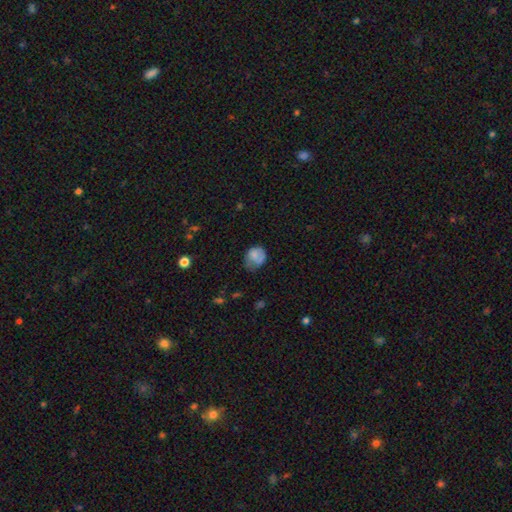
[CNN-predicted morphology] Smooth or featured: smooth — 71% (featured or disk — 20%)
How rounded: round — 58% (in between — 41%)
Merging: none — 38% (minor disturbance — 37%)